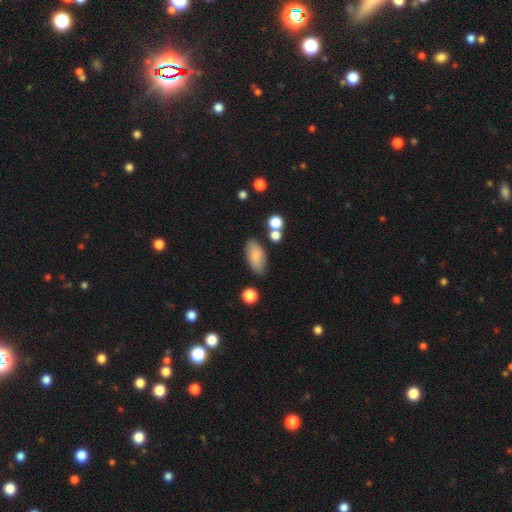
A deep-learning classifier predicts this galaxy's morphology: This is clearly a smooth galaxy (82%). How rounded: clearly in between (89%). Merging: likely none (79%).